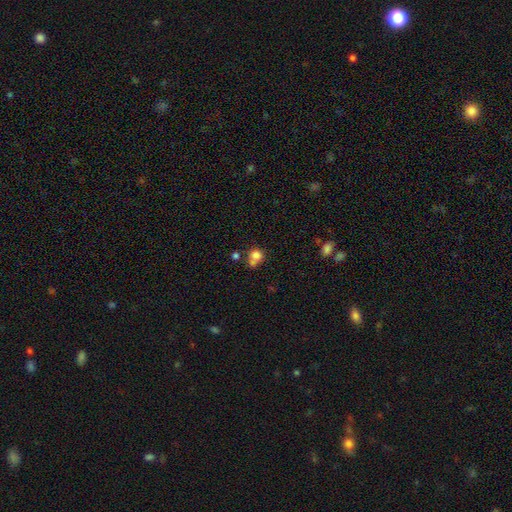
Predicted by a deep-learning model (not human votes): Smooth or featured?
  - smooth: 77% *
  - star or artifact: 12%
  - featured or disk: 11%
How rounded?
  - round: 79% *
  - in between: 20%
  - cigar-shaped: 1%
Merging?
  - none: 43% *
  - merger: 37%
  - minor disturbance: 14%
  - major disturbance: 7%